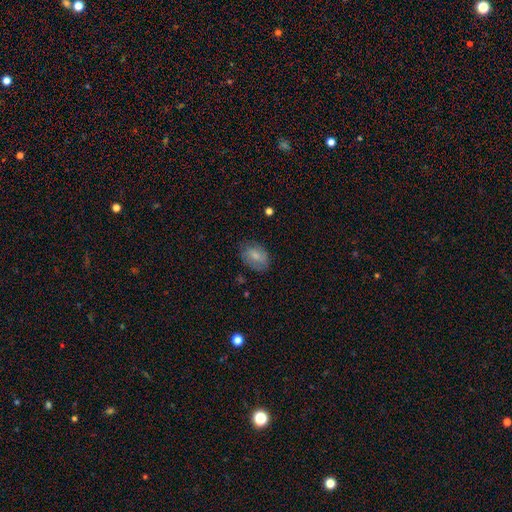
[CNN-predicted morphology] This is likely a smooth galaxy (73%). How rounded: likely in between (75%). Merging: likely none (73%).